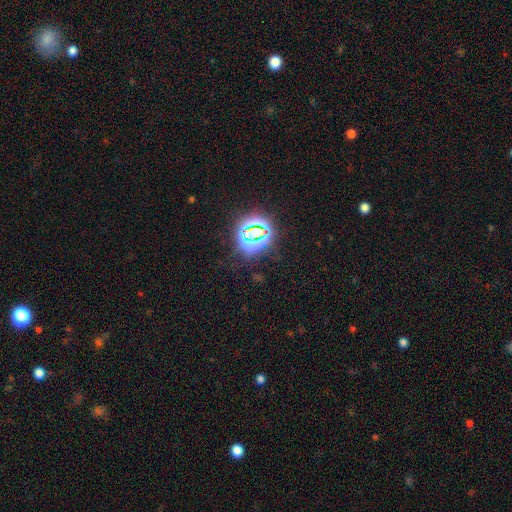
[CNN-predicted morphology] Q: Smooth or featured?
A: star or artifact (80%); runner-up: smooth (13%)